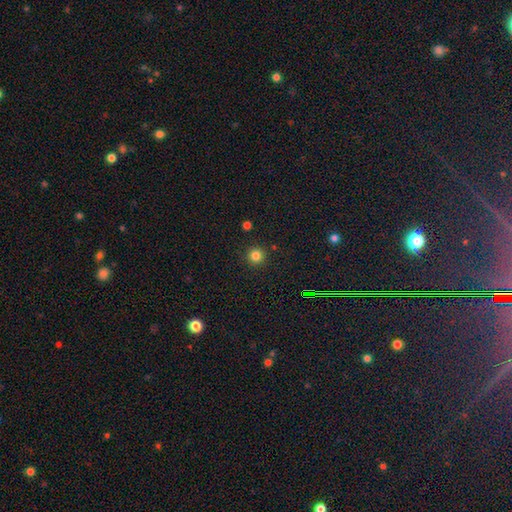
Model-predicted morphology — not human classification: Smooth or featured? Predicted: smooth (p=0.81). How rounded? Predicted: round (p=0.96). Merging? Predicted: none (p=0.91).